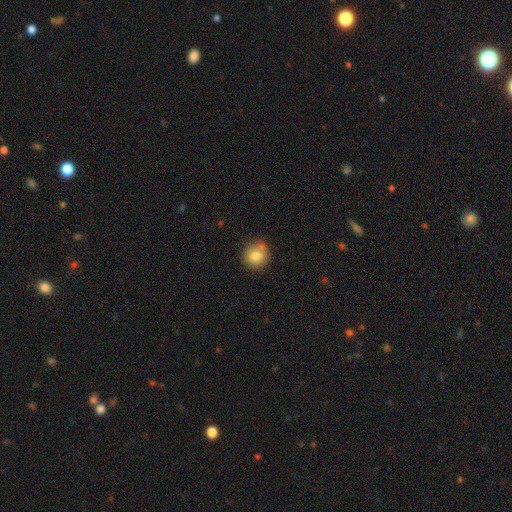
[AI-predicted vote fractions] Smooth or featured?
  - smooth: 80% *
  - featured or disk: 11%
  - star or artifact: 10%
How rounded?
  - round: 90% *
  - in between: 9%
  - cigar-shaped: 1%
Merging?
  - none: 72% *
  - minor disturbance: 16%
  - merger: 8%
  - major disturbance: 3%